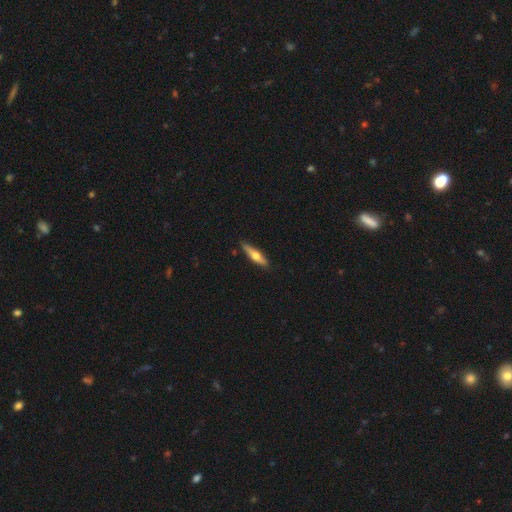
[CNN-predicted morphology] Q: Smooth or featured?
A: featured or disk (54%); runner-up: smooth (41%)
Q: Edge-on disk?
A: yes (93%); runner-up: no (7%)
Q: Merging?
A: none (88%); runner-up: minor disturbance (9%)